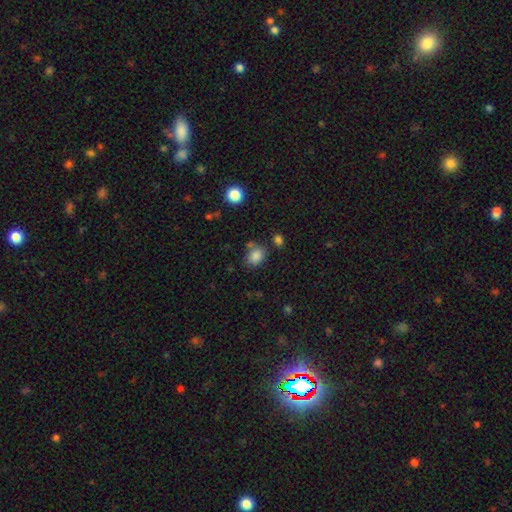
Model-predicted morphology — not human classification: Overall: smooth (84%). How rounded: in between (58%; round 41%). Merging: none (65%).